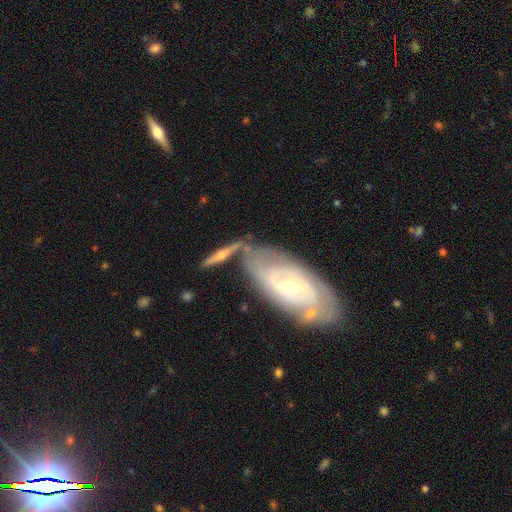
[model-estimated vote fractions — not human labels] Morphology: type=featured or disk (72%); edge-on=no (79%); bar=no (53%); spiral arms=yes (81%); bulge=small (55%); merging=none (45%).